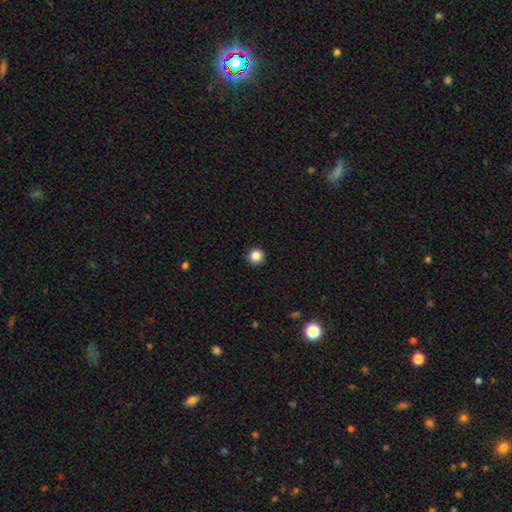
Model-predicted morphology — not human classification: A smooth galaxy with no disk features (86%) that is round (96%). Merging: none (93%).